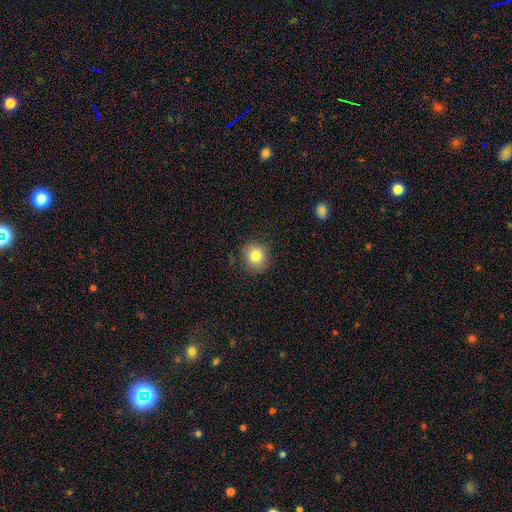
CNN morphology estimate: Smooth or featured? smooth (82%)
How rounded? round (85%)
Merging? none (84%)